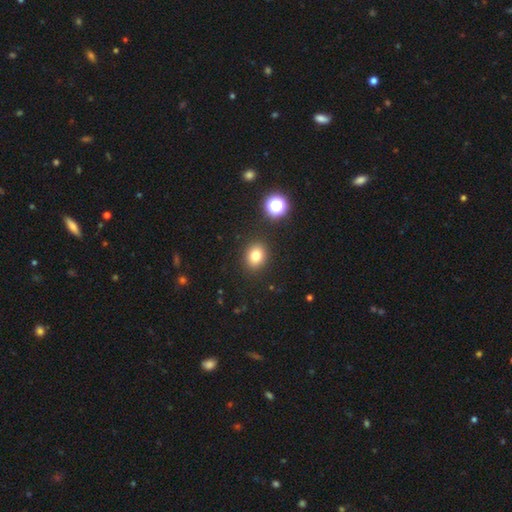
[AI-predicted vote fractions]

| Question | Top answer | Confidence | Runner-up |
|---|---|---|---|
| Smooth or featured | smooth | 78% | star or artifact (14%) |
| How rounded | round | 60% | in between (39%) |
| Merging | none | 89% | minor disturbance (7%) |